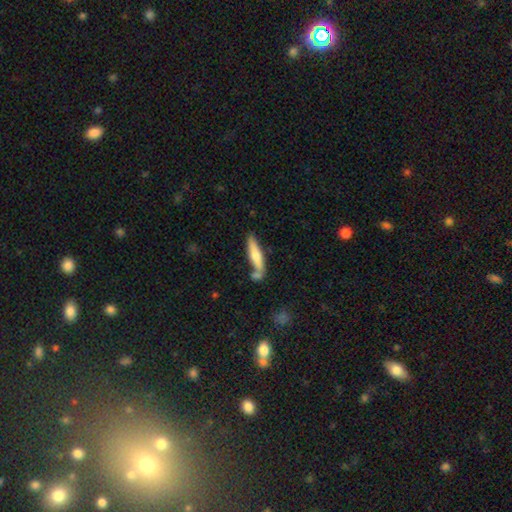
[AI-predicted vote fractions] smooth 64%, featured or disk 31%, star or artifact 6%. Down the decision tree: how rounded — cigar-shaped (81%); merging — none (58%).